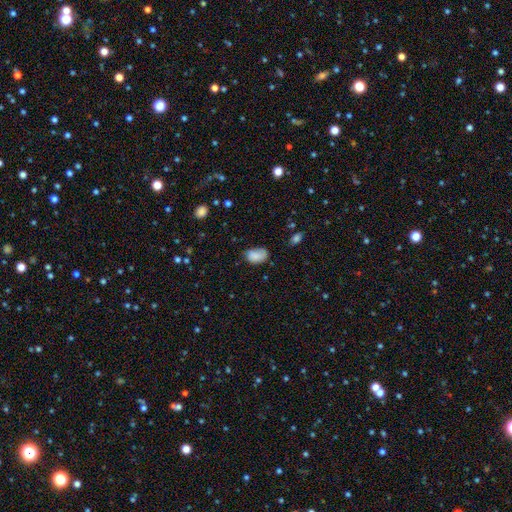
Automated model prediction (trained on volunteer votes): This is clearly a smooth galaxy (81%). How rounded: clearly in between (86%). Merging: possibly none (54%).